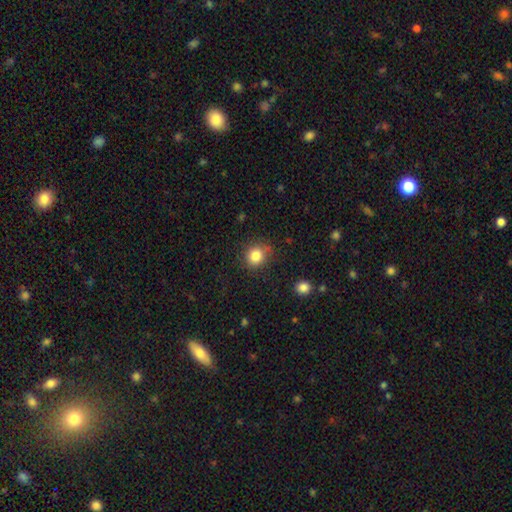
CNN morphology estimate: Smooth or featured: smooth — 84% (star or artifact — 11%)
How rounded: round — 80% (in between — 19%)
Merging: none — 80% (minor disturbance — 14%)